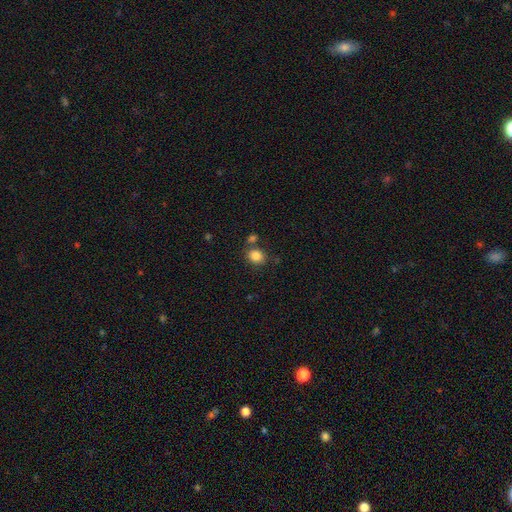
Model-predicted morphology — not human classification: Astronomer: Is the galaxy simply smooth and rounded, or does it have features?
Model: smooth — 84%.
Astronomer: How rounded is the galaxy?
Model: round — 58% (runner-up: in between, 41%).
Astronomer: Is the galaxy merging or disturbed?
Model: none — 70%.